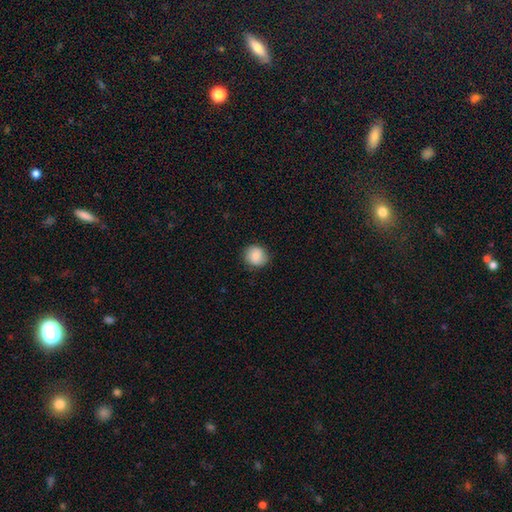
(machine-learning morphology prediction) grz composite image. It shows a smooth galaxy with no disk features (86%) that is round (84%). Merging: none (83%).